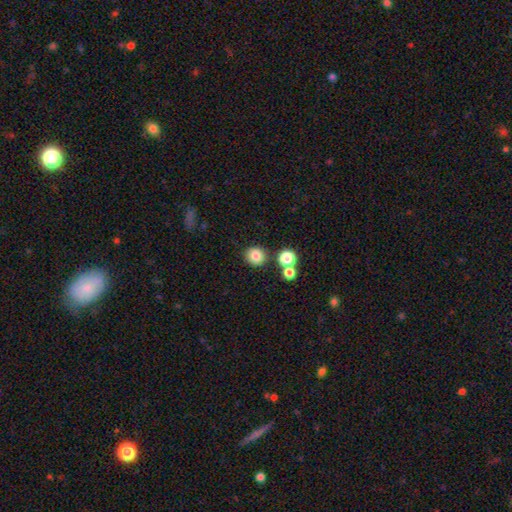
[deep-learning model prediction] Smooth or featured?
  - smooth: 81% *
  - star or artifact: 13%
  - featured or disk: 6%
How rounded?
  - round: 86% *
  - in between: 13%
  - cigar-shaped: 1%
Merging?
  - none: 82% *
  - merger: 8%
  - minor disturbance: 8%
  - major disturbance: 3%